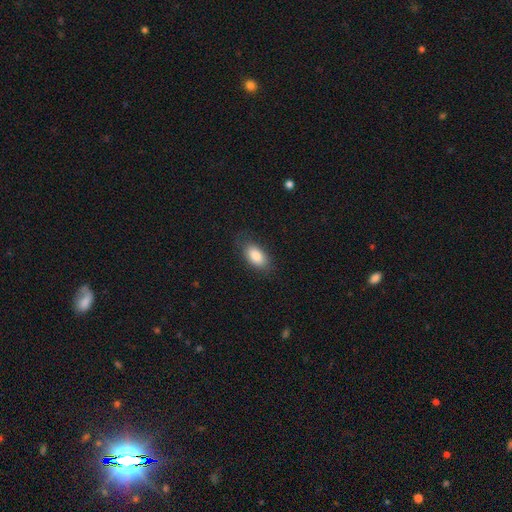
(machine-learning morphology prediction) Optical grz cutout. It shows a smooth galaxy with no disk features (86%) that is in between round and cigar-shaped (92%). Merging: none (78%).